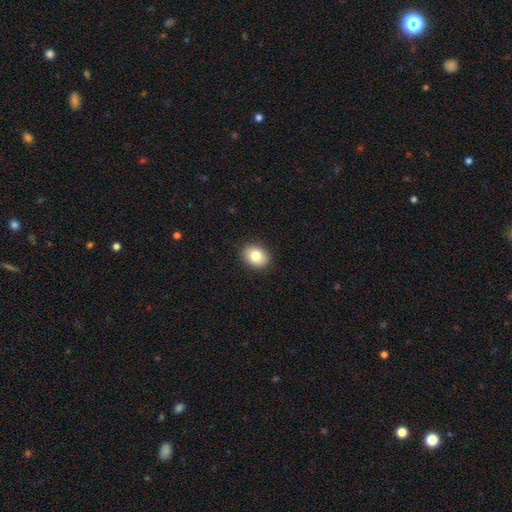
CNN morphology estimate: Smooth or featured? smooth (81%)
How rounded? in between (53%)
Merging? none (89%)